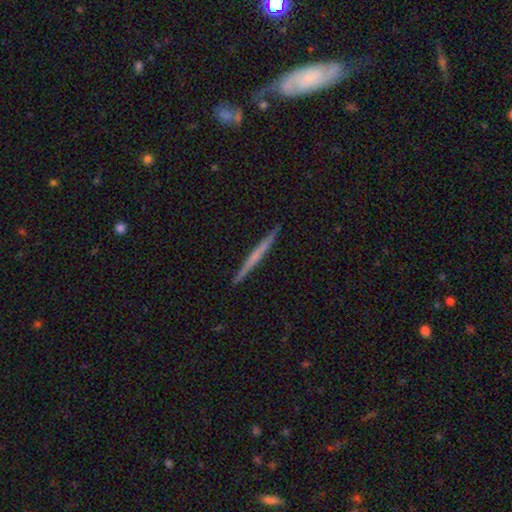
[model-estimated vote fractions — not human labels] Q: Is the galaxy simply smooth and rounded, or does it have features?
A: featured or disk — 52%.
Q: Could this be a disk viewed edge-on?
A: yes — 98%.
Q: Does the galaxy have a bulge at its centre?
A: none — 83%.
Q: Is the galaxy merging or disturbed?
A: none — 93%.